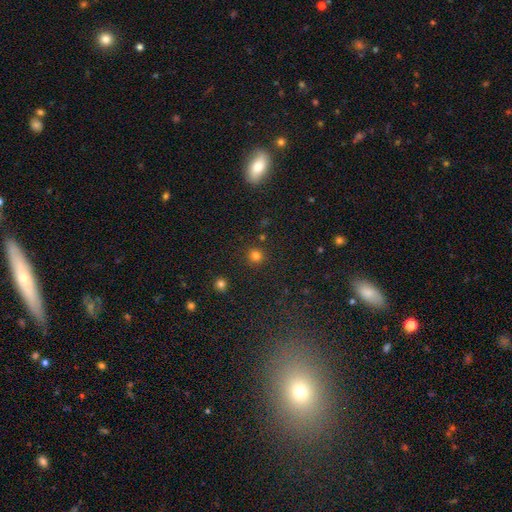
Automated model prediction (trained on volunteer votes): Smooth or featured? smooth (79%)
How rounded? round (91%)
Merging? none (88%)